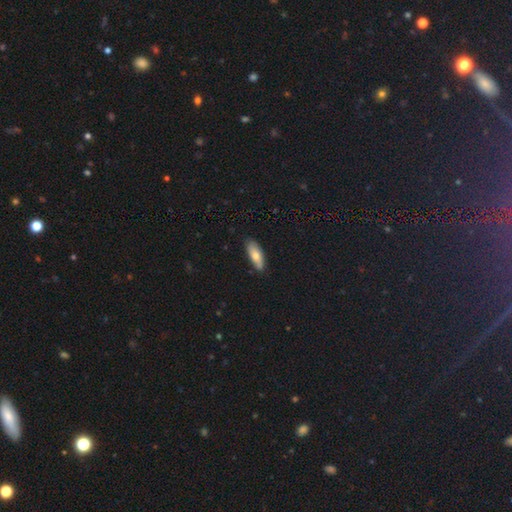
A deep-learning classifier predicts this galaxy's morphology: The model was most divided on "how rounded": in between: 70%, cigar-shaped: 28%, round: 2%. More confident: merging — none (79%); smooth or featured — smooth (73%).